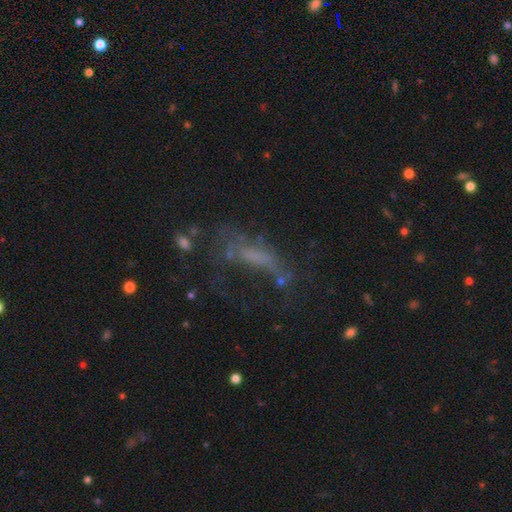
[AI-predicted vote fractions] Morphology: type=featured or disk (42%); merging=major disturbance (37%, tied with none).